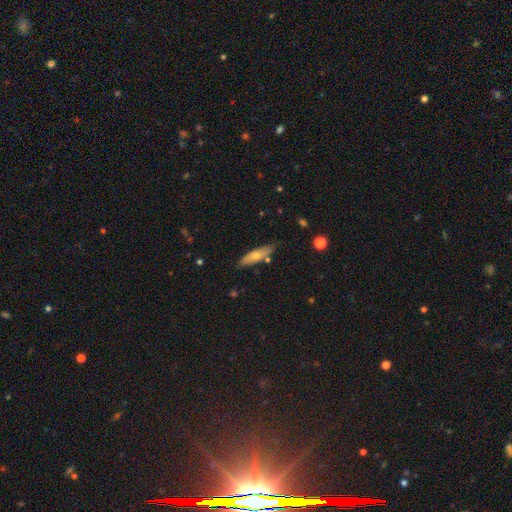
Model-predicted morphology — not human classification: A smooth galaxy with no disk features (60%) that is cigar-shaped (60%).

Vote fractions:
- Smooth or featured? smooth: 60% / featured or disk: 34% / star or artifact: 6%
- How rounded? cigar-shaped: 60% / in between: 38% / round: 2%
- Merging? none: 80% / minor disturbance: 13% / merger: 4% / major disturbance: 2%